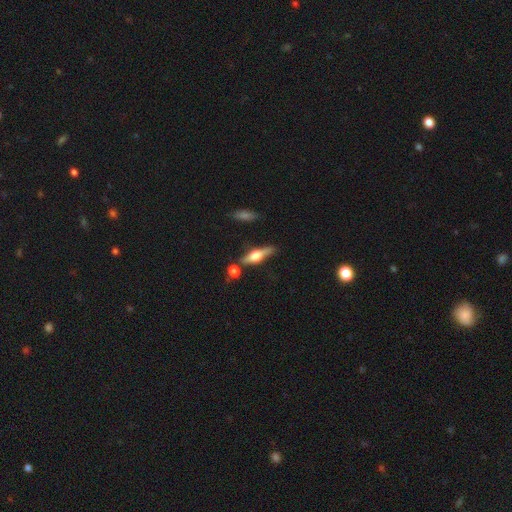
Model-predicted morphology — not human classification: Overall: featured or disk (60%; smooth 33%). Edge-on disk: yes (93%). Edge-on bulge: rounded (91%). Merging: none (72%).